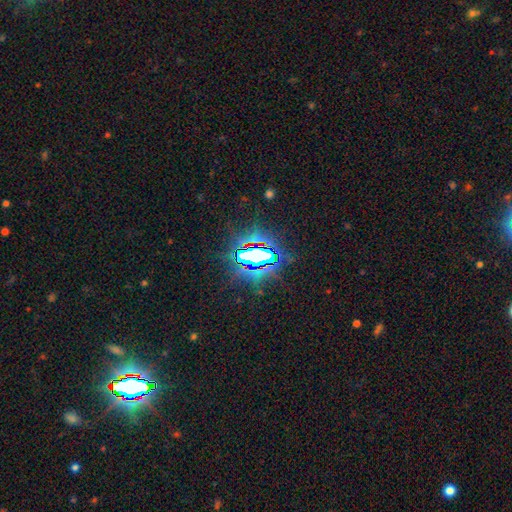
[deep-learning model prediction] Smooth or featured: star or artifact — 75% (smooth — 13%)